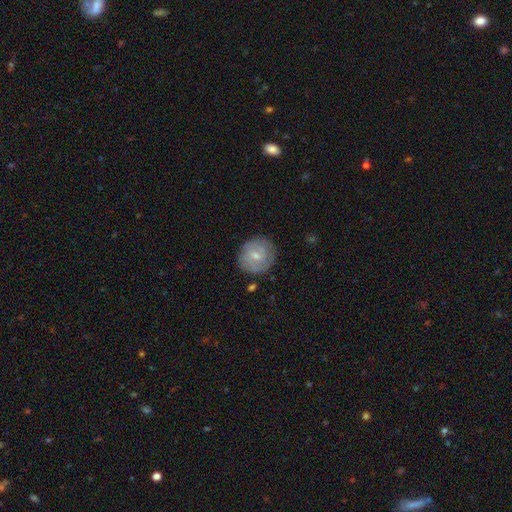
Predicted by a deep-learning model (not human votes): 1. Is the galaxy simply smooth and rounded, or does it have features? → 59% smooth, 34% featured or disk, 7% star or artifact.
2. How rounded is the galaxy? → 89% round, 10% in between, 1% cigar-shaped.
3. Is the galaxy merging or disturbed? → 81% none, 14% minor disturbance, 4% major disturbance, 2% merger.